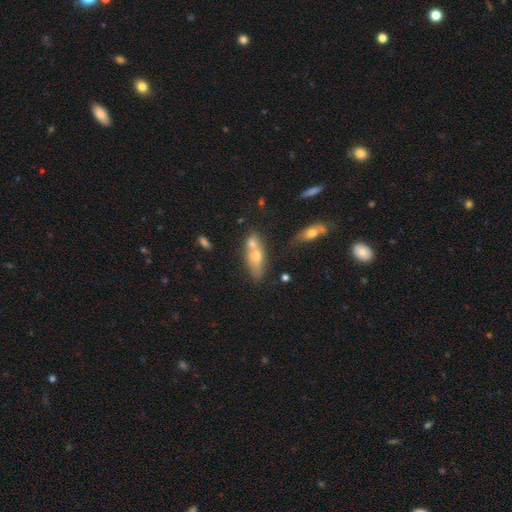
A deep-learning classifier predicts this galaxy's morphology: smooth-or-featured: smooth: 54% | featured or disk: 35% | star or artifact: 11%
  how-rounded: in between: 60% | cigar-shaped: 33% | round: 7%
  merging: merger: 44% | none: 38% | minor disturbance: 12% | major disturbance: 5%